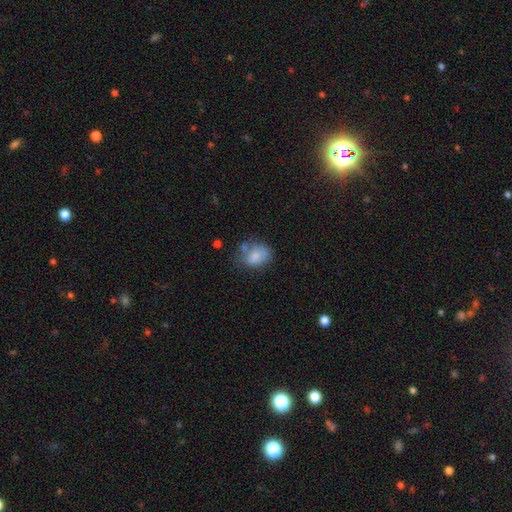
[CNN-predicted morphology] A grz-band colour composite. It shows a smooth galaxy with no disk features (74%) that is in between round and cigar-shaped (64%). Merging: none (46%).